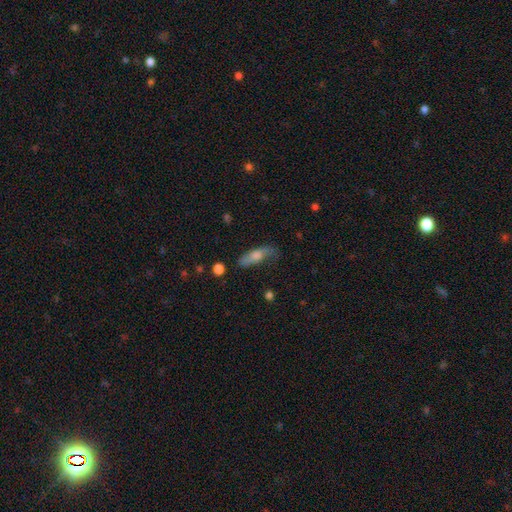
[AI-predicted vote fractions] Morphology: type=smooth (66%); roundness=in between (54%); merging=none (51%).